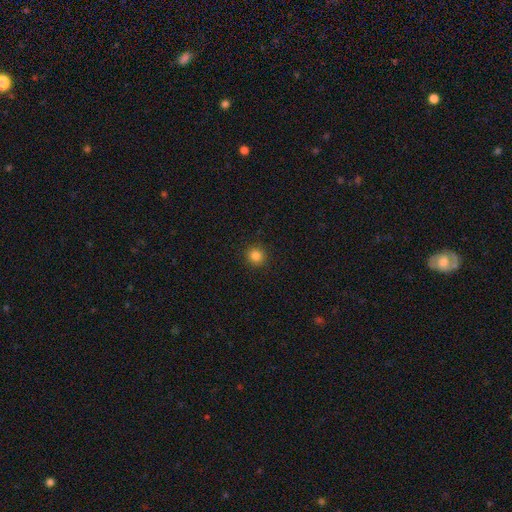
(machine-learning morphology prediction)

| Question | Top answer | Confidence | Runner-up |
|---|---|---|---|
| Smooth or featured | smooth | 84% | star or artifact (12%) |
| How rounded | round | 92% | in between (7%) |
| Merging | none | 92% | minor disturbance (5%) |